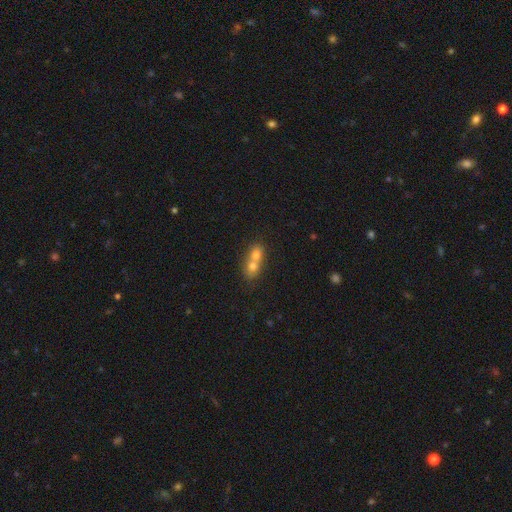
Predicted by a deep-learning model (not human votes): A smooth galaxy with no disk features (70%) that is round (50%). Merging: merger (76%).